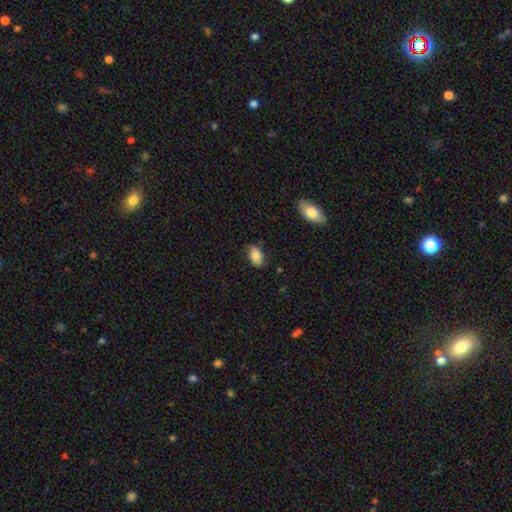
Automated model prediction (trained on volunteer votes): A smooth galaxy with no disk features (81%) that is in between round and cigar-shaped (91%). Merging: none (73%).